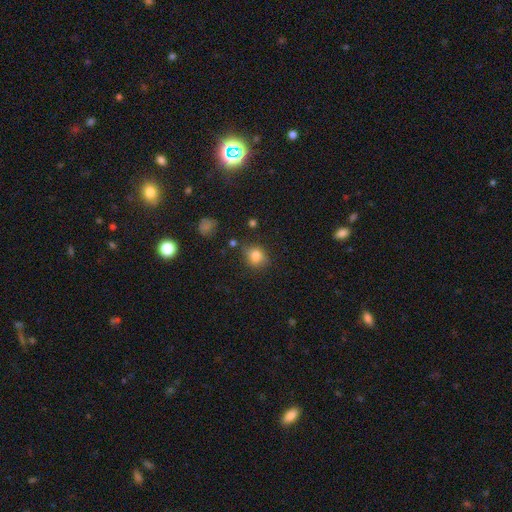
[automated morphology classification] Smooth or featured?
  - smooth: 82% *
  - star or artifact: 11%
  - featured or disk: 7%
How rounded?
  - round: 67% *
  - in between: 32%
  - cigar-shaped: 1%
Merging?
  - none: 77% *
  - minor disturbance: 16%
  - major disturbance: 4%
  - merger: 3%